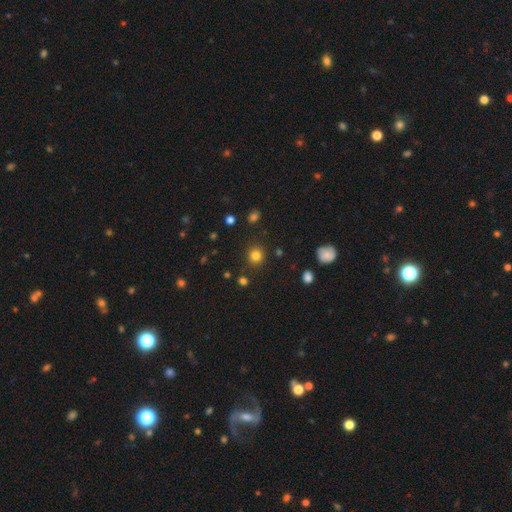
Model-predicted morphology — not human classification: Smooth or featured? smooth (82%)
How rounded? round (91%)
Merging? none (89%)